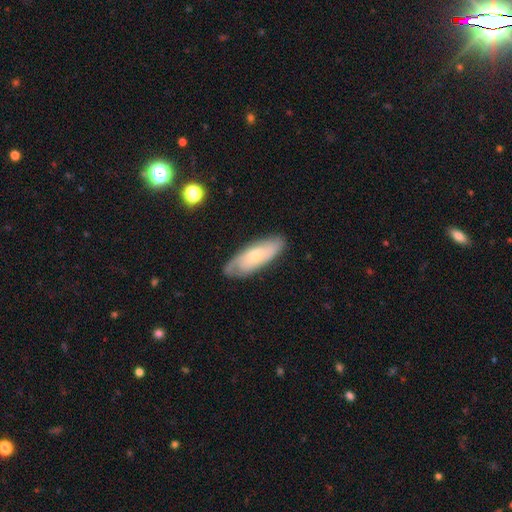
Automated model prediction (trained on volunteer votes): This appears to be a featured or disk galaxy (49%). Merging: none (78%).